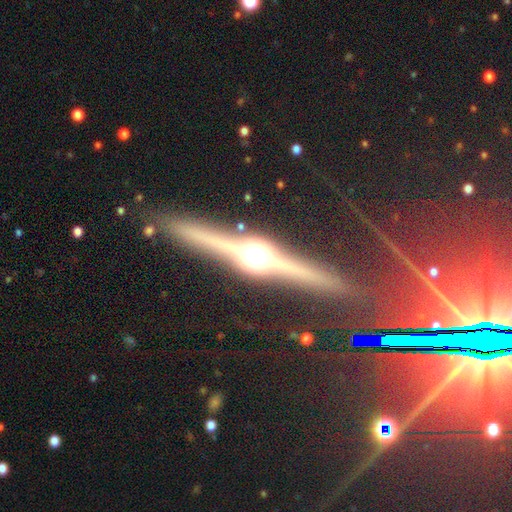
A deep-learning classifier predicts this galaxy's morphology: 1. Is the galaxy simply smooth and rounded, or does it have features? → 81% featured or disk, 12% smooth, 7% star or artifact.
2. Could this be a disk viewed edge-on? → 97% yes, 3% no.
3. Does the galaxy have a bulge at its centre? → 91% rounded, 6% boxy, 2% none.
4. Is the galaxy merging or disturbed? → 87% none, 8% minor disturbance, 2% major disturbance, 2% merger.